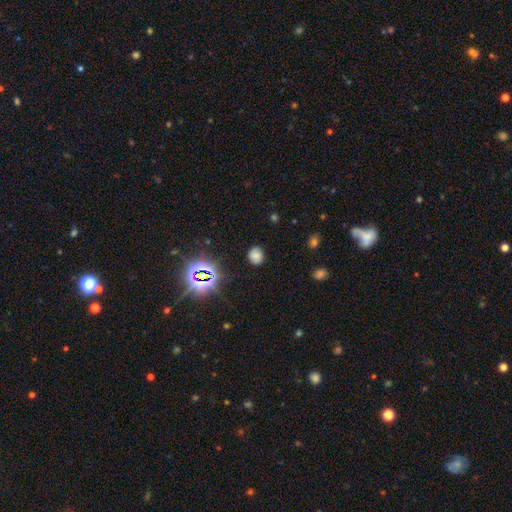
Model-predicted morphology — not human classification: A smooth galaxy with no disk features (70%) that is round (67%).

Vote fractions:
- Smooth or featured? smooth: 70% / star or artifact: 22% / featured or disk: 8%
- How rounded? round: 67% / in between: 32% / cigar-shaped: 1%
- Merging? none: 83% / minor disturbance: 12% / major disturbance: 3% / merger: 1%